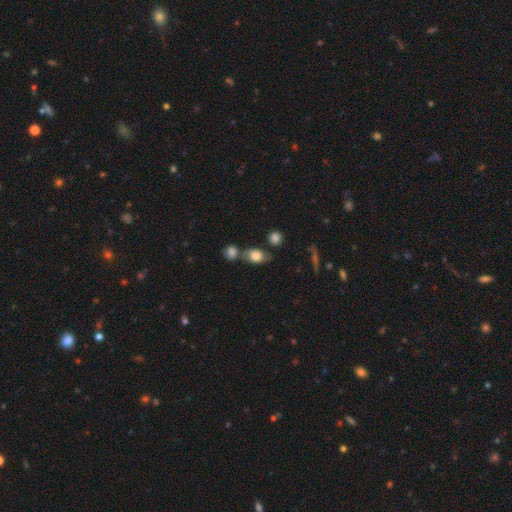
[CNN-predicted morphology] Smooth or featured?
  - smooth: 74% *
  - featured or disk: 16%
  - star or artifact: 10%
How rounded?
  - in between: 58% *
  - round: 39%
  - cigar-shaped: 3%
Merging?
  - none: 46% *
  - merger: 32%
  - minor disturbance: 16%
  - major disturbance: 6%